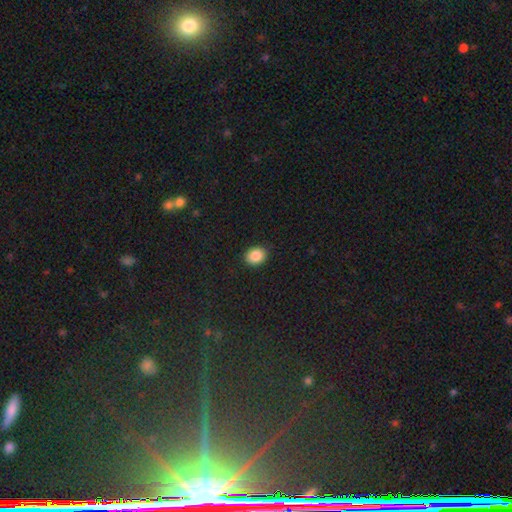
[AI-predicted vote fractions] This appears to be a smooth galaxy with no disk features (87%) that is round (57%). Merging: none (89%).